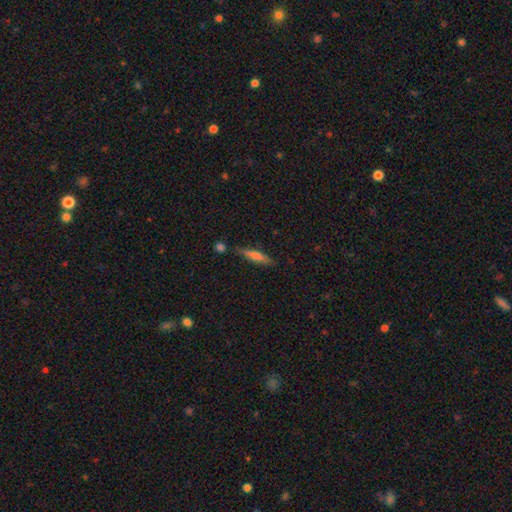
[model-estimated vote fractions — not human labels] This appears to be a smooth galaxy with no disk features (63%) that is cigar-shaped (83%). Merging: none (75%).